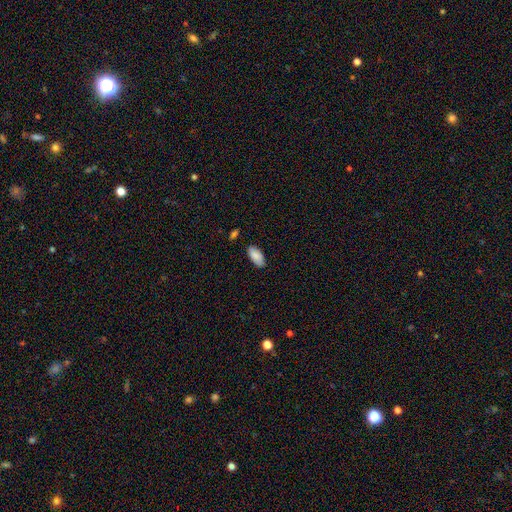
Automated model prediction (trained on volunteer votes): This appears to be a smooth galaxy with no disk features (87%) that is in between round and cigar-shaped (93%). Merging: none (80%).